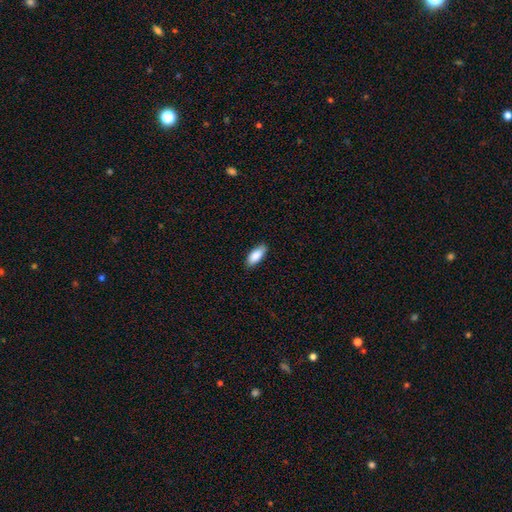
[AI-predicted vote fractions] smooth_or_featured: smooth (p=0.88) [alt: featured or disk p=0.06]
how_rounded: in between (p=0.84) [alt: cigar-shaped p=0.14]
merging: none (p=0.84) [alt: minor disturbance p=0.13]